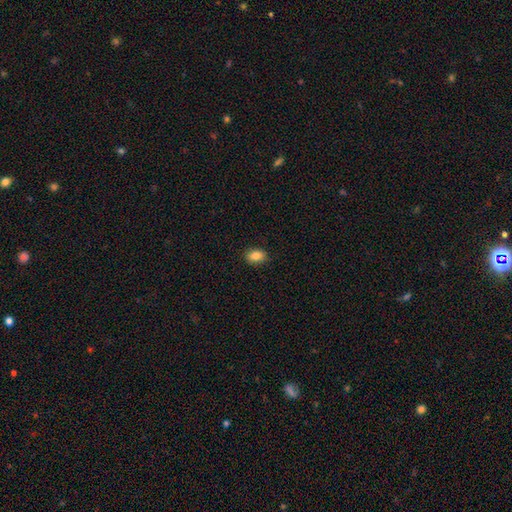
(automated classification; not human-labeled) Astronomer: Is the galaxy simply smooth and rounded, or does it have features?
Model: smooth — 86%.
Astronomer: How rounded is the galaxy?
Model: in between — 80%.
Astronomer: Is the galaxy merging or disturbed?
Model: none — 88%.